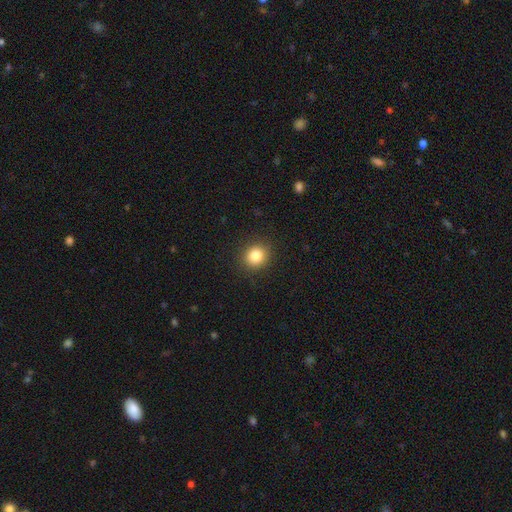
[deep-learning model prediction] A smooth galaxy with no disk features (83%) that is round (83%). Merging: none (90%).